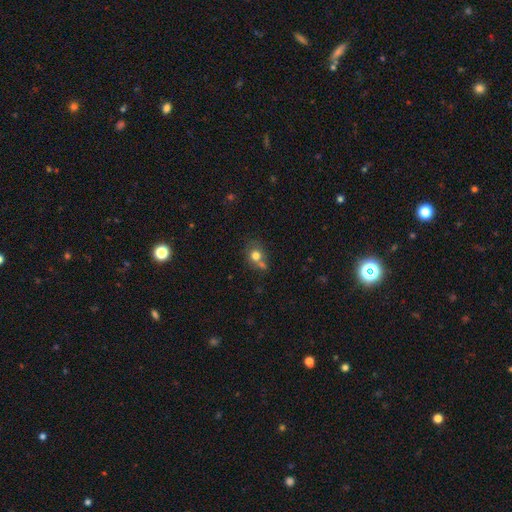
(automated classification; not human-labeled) Smooth or featured: smooth — 75% (featured or disk — 14%)
How rounded: round — 71% (in between — 28%)
Merging: none — 42% (merger — 35%)